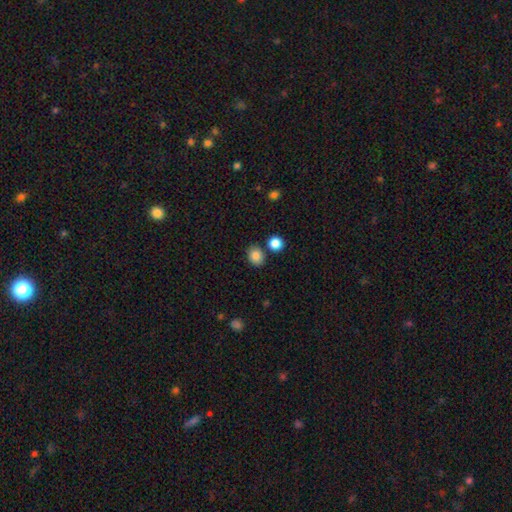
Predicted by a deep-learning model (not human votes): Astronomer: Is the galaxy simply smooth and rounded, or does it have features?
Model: smooth — 84%.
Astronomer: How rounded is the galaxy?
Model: round — 56% (runner-up: in between, 43%).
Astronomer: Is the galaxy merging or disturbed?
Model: none — 79%.